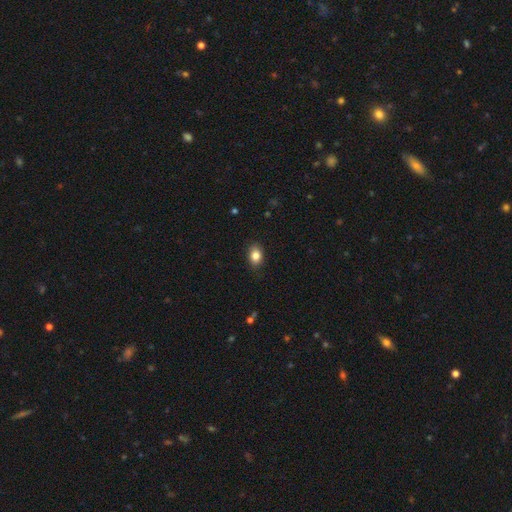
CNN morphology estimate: Smooth or featured: smooth — 84% (star or artifact — 9%)
How rounded: in between — 76% (round — 23%)
Merging: none — 86% (minor disturbance — 11%)